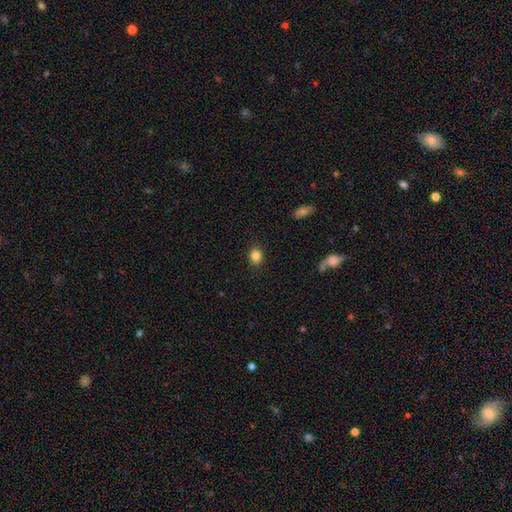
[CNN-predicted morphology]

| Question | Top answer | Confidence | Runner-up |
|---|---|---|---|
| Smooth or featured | smooth | 84% | star or artifact (10%) |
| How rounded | round | 54% | in between (44%) |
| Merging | none | 88% | minor disturbance (8%) |